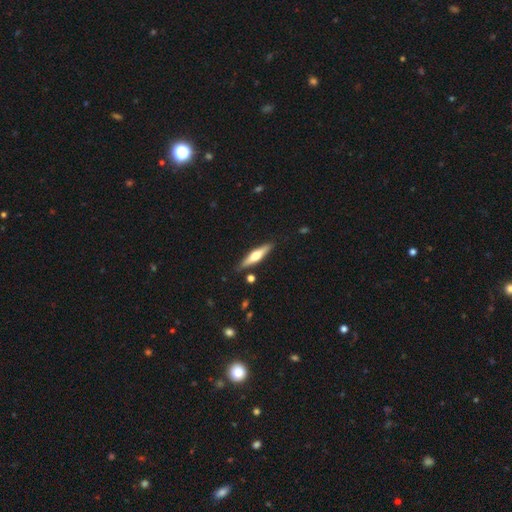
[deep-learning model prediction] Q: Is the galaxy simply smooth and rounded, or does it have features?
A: featured or disk — 55%.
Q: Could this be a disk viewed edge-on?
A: yes — 94%.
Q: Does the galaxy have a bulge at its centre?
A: rounded — 91%.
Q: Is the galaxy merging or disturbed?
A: none — 87%.